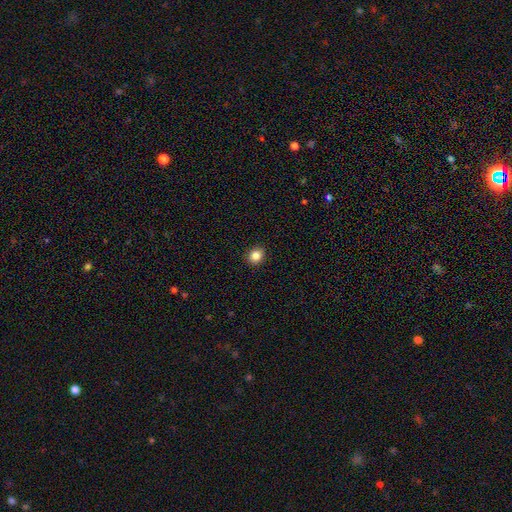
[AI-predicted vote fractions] smooth_or_featured: smooth (p=0.84) [alt: star or artifact p=0.11]
how_rounded: round (p=0.77) [alt: in between p=0.22]
merging: none (p=0.91) [alt: minor disturbance p=0.06]